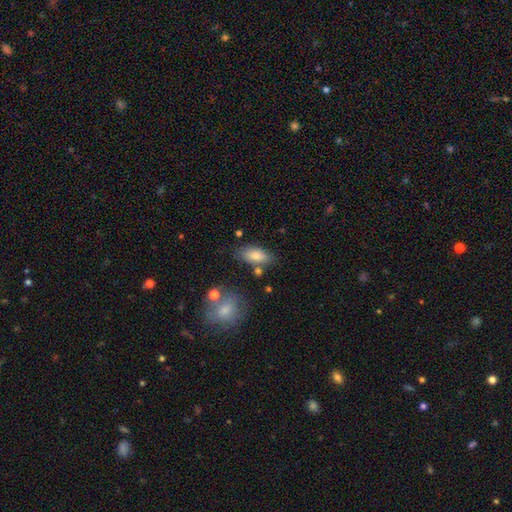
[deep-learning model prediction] A smooth galaxy with no disk features (79%) that is in between round and cigar-shaped (85%). Merging: none (72%).